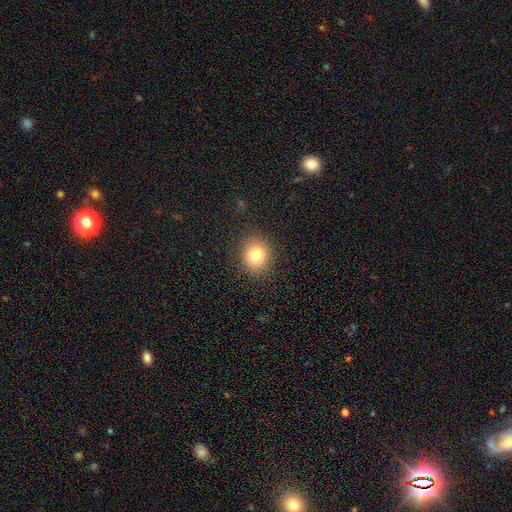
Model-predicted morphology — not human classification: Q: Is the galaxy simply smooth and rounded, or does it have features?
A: smooth — 80%.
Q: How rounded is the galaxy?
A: round — 68%.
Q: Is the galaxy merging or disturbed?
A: none — 88%.